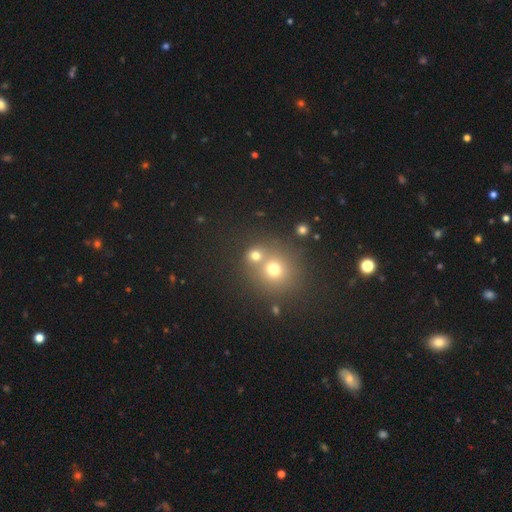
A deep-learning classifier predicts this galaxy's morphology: Smooth or featured? smooth (70%)
How rounded? round (84%)
Merging? none (53%)